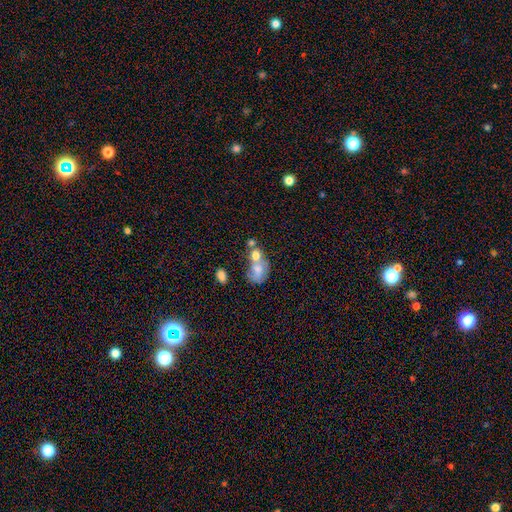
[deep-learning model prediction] A smooth galaxy with no disk features (64%) that is in between round and cigar-shaped (52%). Merging: merger (59%).